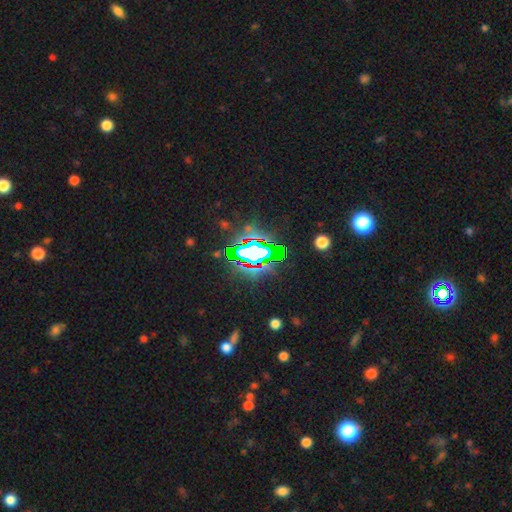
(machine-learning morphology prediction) smooth_or_featured: star or artifact (p=0.68) [alt: smooth p=0.17]